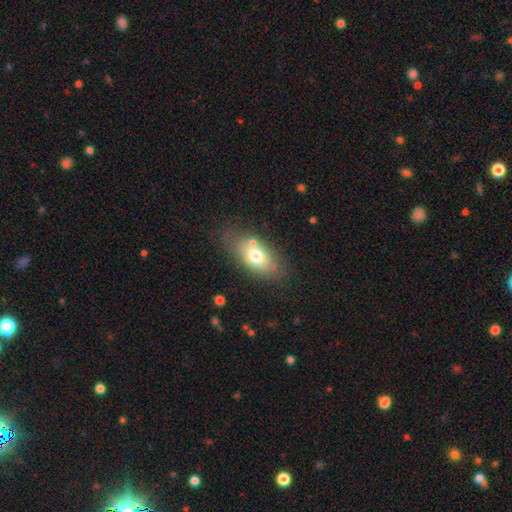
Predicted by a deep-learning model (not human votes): The model was most divided on "smooth or featured": smooth: 68%, featured or disk: 23%, star or artifact: 9%. More confident: how rounded — in between (86%); merging — none (68%).